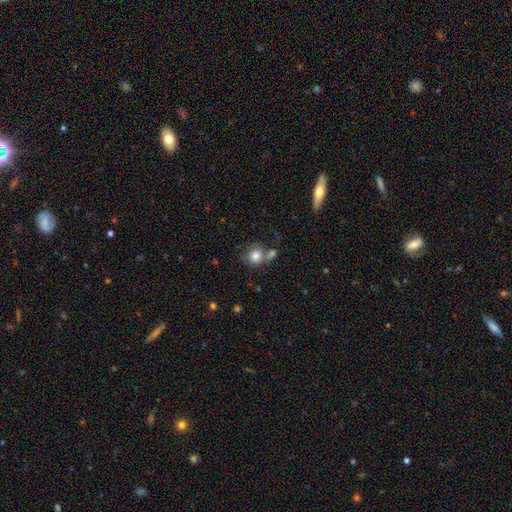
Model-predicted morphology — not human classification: smooth-or-featured: smooth: 80% | featured or disk: 11% | star or artifact: 9%
  how-rounded: round: 82% | in between: 17% | cigar-shaped: 1%
  merging: none: 50% | merger: 31% | minor disturbance: 13% | major disturbance: 6%